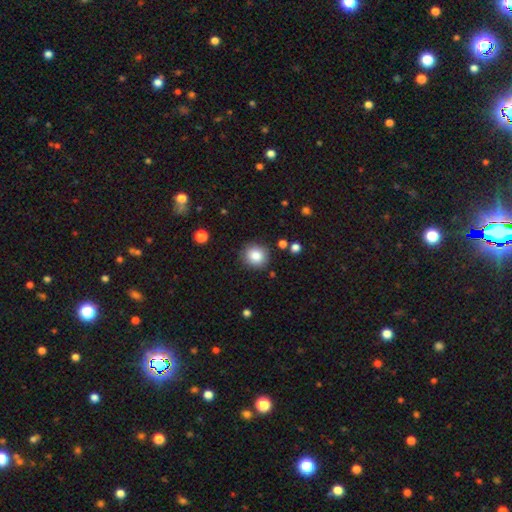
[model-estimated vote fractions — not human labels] Smooth or featured: smooth — 84% (star or artifact — 10%)
How rounded: round — 90% (in between — 9%)
Merging: none — 87% (minor disturbance — 9%)